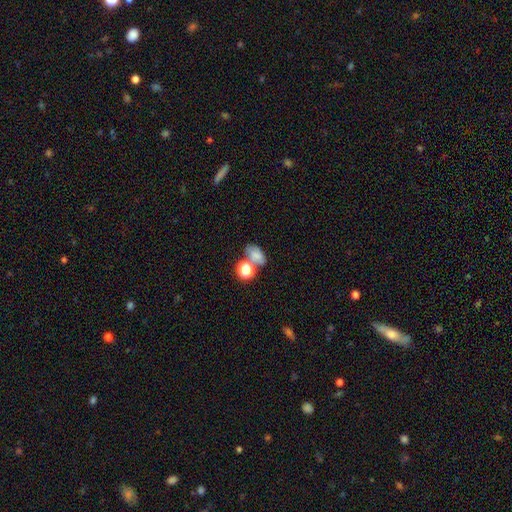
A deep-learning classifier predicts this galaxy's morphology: smooth 72%, star or artifact 16%, featured or disk 12%. Down the decision tree: how rounded — in between (78%); merging — none (44%).